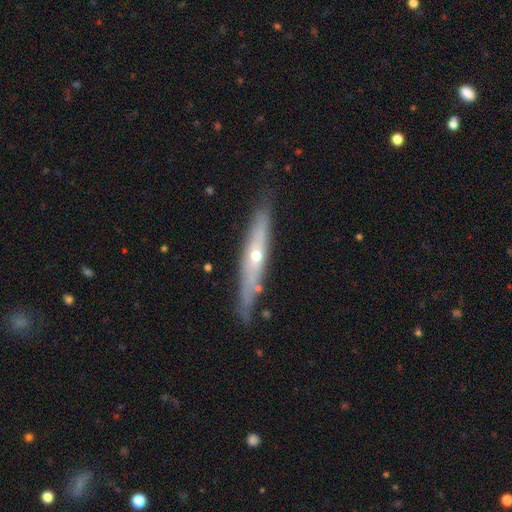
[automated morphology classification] featured or disk 65%, smooth 29%, star or artifact 7%. Down the decision tree: edge-on disk — yes (78%); edge-on bulge — rounded (77%); merging — none (79%).